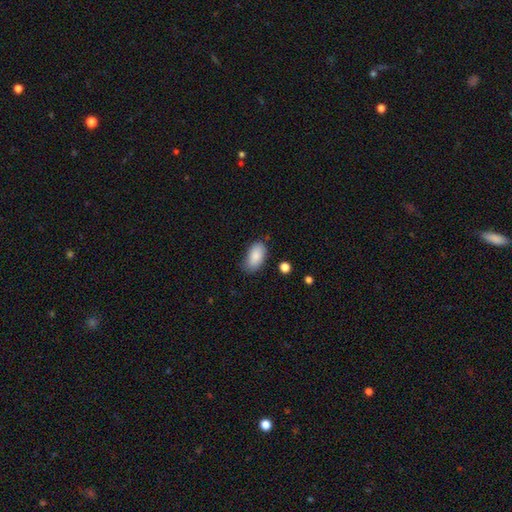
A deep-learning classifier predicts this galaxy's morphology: The model was most divided on "merging": none: 70%, minor disturbance: 23%, major disturbance: 4%, merger: 2%. More confident: how rounded — in between (94%); smooth or featured — smooth (87%).